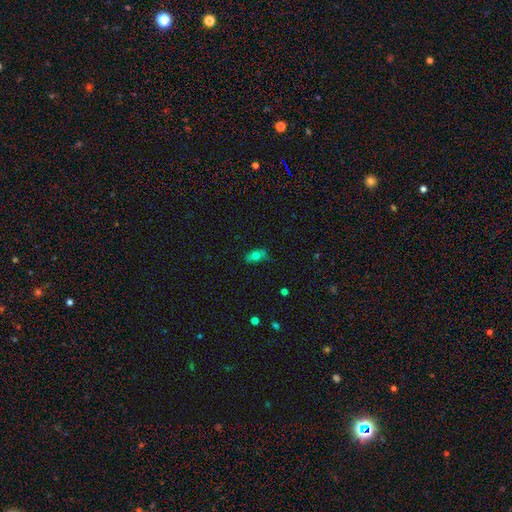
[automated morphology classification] smooth 67%, featured or disk 22%, star or artifact 11%. Down the decision tree: how rounded — in between (82%); merging — none (67%).